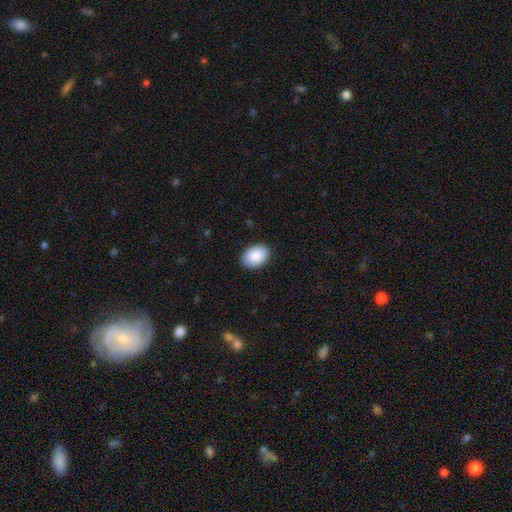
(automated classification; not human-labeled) Morphology: type=smooth (91%); roundness=in between (88%); merging=none (89%).